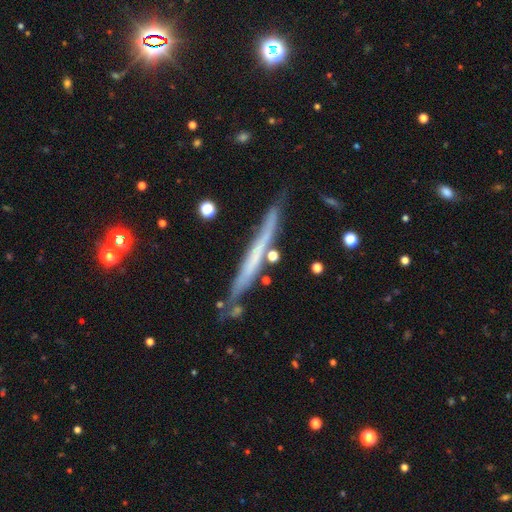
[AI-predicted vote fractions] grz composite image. It shows a featured or disk galaxy (57%) viewed edge-on (94%) with no central bulge (85%). Merging: none (79%).